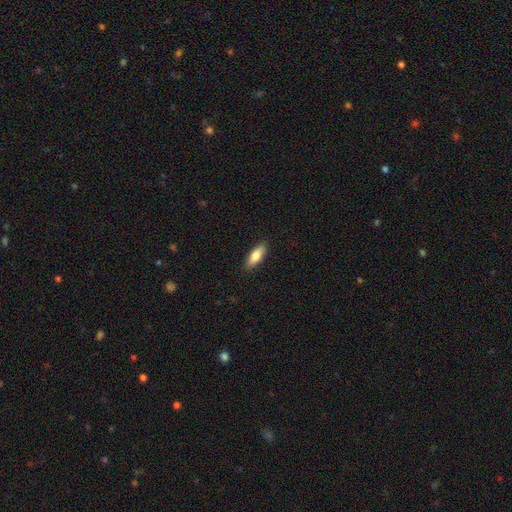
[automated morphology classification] Smooth or featured: smooth — 80% (featured or disk — 14%)
How rounded: in between — 65% (cigar-shaped — 33%)
Merging: none — 88% (minor disturbance — 9%)